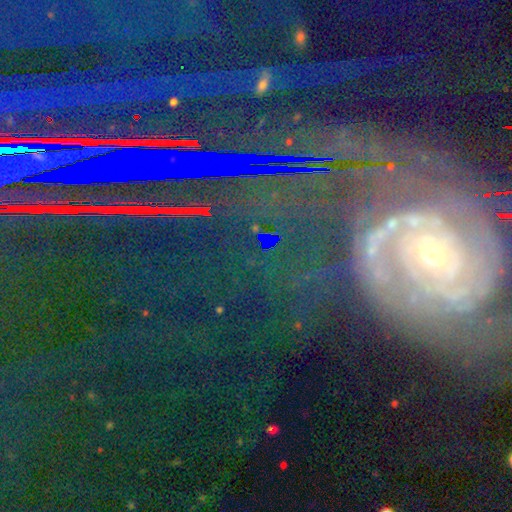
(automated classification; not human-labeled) smooth_or_featured: star or artifact (p=0.43) [alt: featured or disk p=0.42]